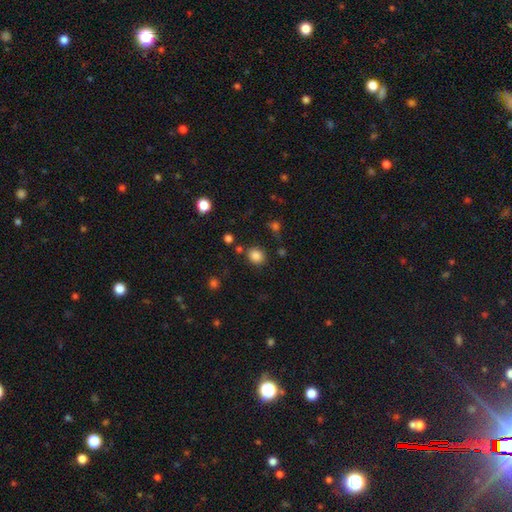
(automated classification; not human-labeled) Smooth or featured? smooth (84%)
How rounded? round (71%)
Merging? none (80%)